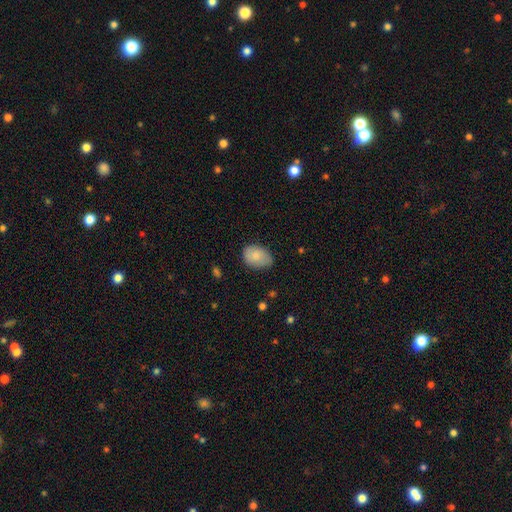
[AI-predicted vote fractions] smooth 78%, featured or disk 15%, star or artifact 7%. Down the decision tree: how rounded — in between (78%); merging — none (68%).